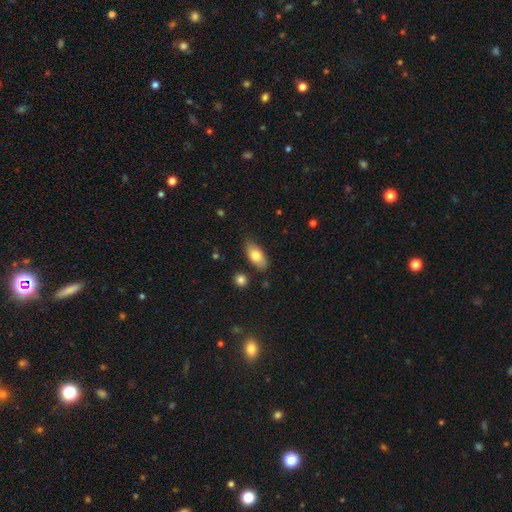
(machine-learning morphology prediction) This appears to be a smooth galaxy with no disk features (76%) that is in between round and cigar-shaped (88%). Merging: none (79%).